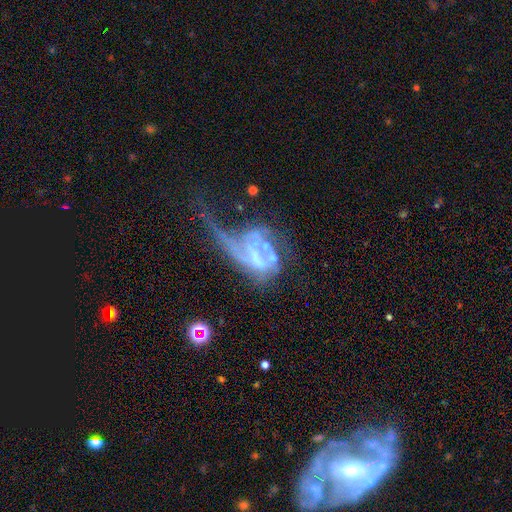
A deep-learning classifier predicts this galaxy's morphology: Smooth or featured?
  - featured or disk: 69% *
  - smooth: 17%
  - star or artifact: 14%
Edge-on disk?
  - no: 95% *
  - yes: 5%
Bar?
  - no: 61% *
  - weak: 22%
  - strong: 17%
Spiral arms?
  - no: 61% *
  - yes: 39%
Bulge size?
  - none: 54% *
  - small: 19%
  - moderate: 18%
  - large: 6%
  - dominant: 3%
Merging?
  - major disturbance: 58% *
  - merger: 19%
  - none: 13%
  - minor disturbance: 11%